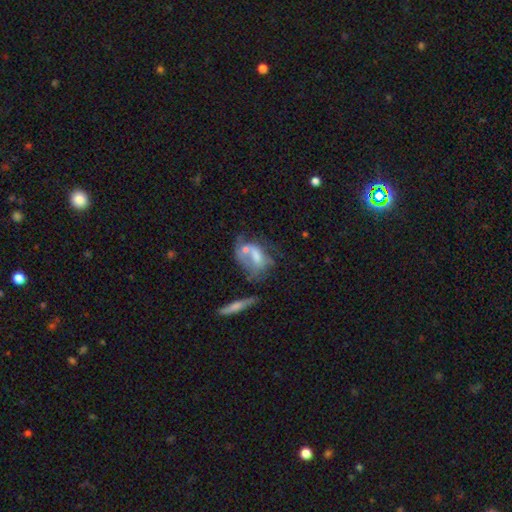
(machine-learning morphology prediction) Smooth or featured? featured or disk (50%)
Merging? merger (33%)